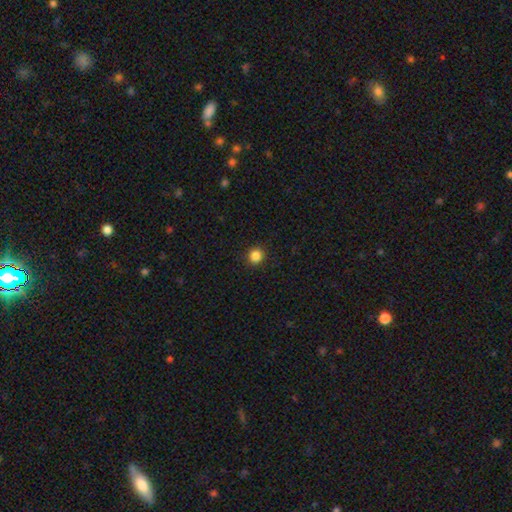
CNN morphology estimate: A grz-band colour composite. It shows a smooth galaxy with no disk features (86%) that is round (92%). Merging: none (92%).